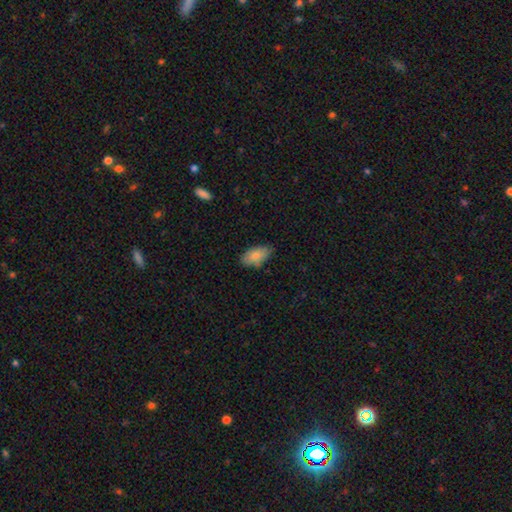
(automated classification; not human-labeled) A smooth galaxy with no disk features (84%) that is in between round and cigar-shaped (94%). Merging: none (75%).